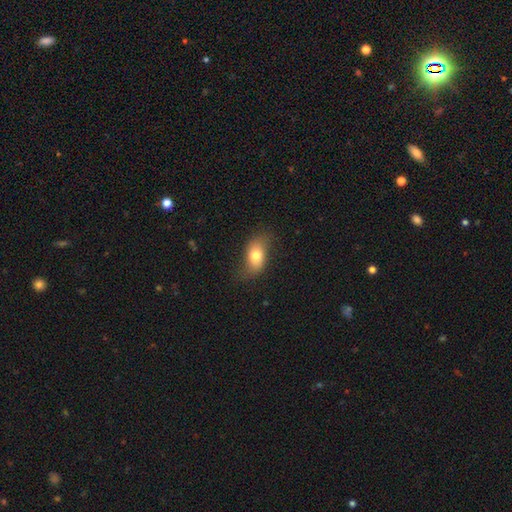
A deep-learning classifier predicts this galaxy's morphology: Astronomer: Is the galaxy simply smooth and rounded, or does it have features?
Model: smooth — 72%.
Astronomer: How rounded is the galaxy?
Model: in between — 86%.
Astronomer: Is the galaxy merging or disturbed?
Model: none — 66%.